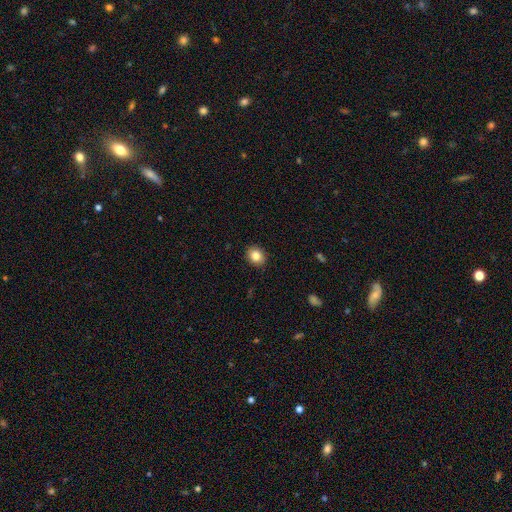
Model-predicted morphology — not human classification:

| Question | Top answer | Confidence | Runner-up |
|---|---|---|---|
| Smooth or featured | smooth | 84% | star or artifact (9%) |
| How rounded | round | 62% | in between (37%) |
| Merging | none | 91% | minor disturbance (6%) |